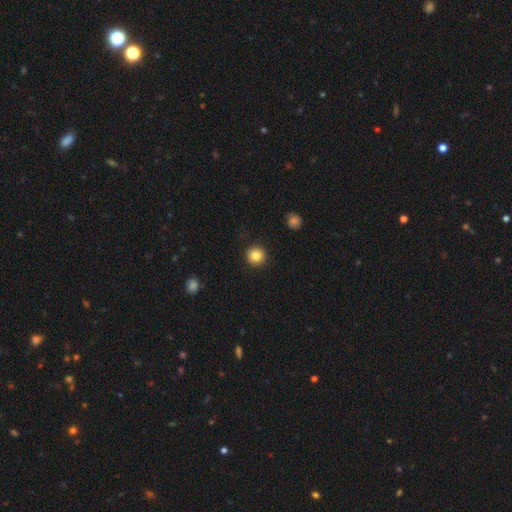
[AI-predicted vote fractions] Smooth or featured? Predicted: smooth (p=0.85). How rounded? Predicted: round (p=0.95). Merging? Predicted: none (p=0.92).